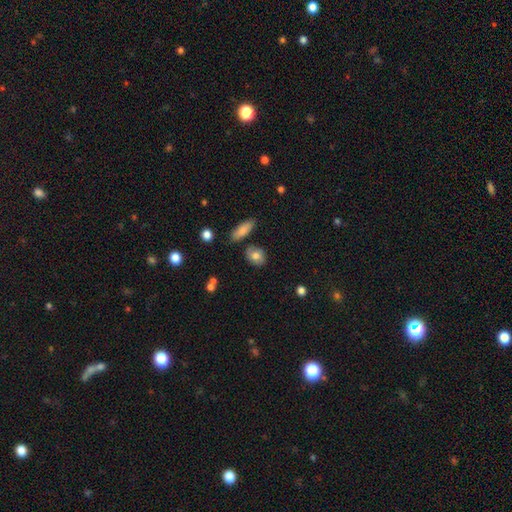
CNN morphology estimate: smooth-or-featured: smooth: 77% | featured or disk: 15% | star or artifact: 9%
  how-rounded: in between: 55% | round: 42% | cigar-shaped: 3%
  merging: none: 77% | minor disturbance: 14% | merger: 6% | major disturbance: 3%